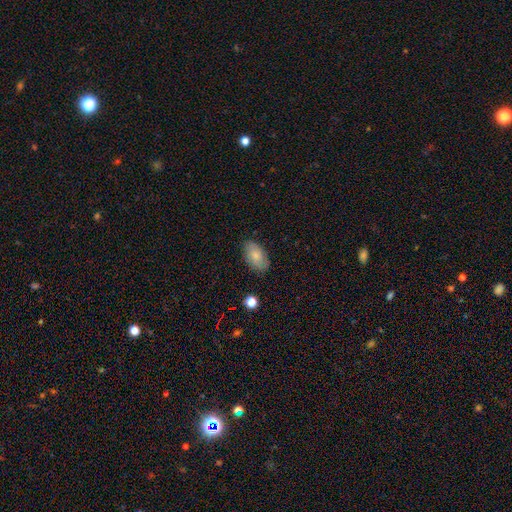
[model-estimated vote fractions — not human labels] smooth_or_featured: smooth (p=0.72) [alt: featured or disk p=0.21]
how_rounded: in between (p=0.93) [alt: round p=0.05]
merging: none (p=0.83) [alt: minor disturbance p=0.13]